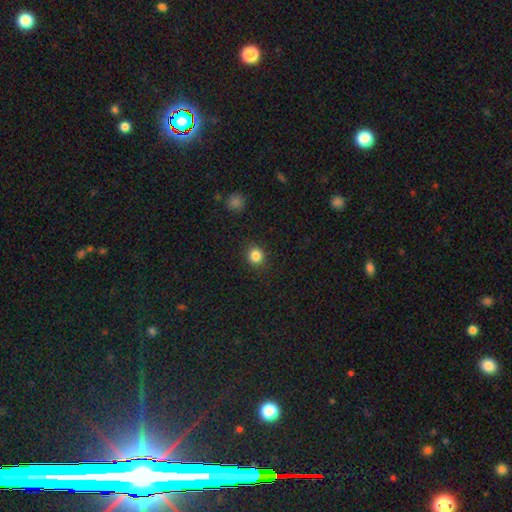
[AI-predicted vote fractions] This is clearly a smooth galaxy (84%). How rounded: clearly round (85%). Merging: clearly none (89%).